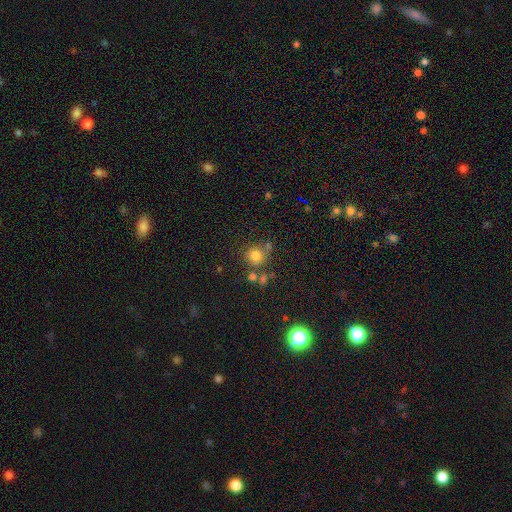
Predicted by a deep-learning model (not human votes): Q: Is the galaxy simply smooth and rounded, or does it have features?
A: smooth — 77%.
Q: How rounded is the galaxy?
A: round — 90%.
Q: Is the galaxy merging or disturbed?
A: none — 68%.